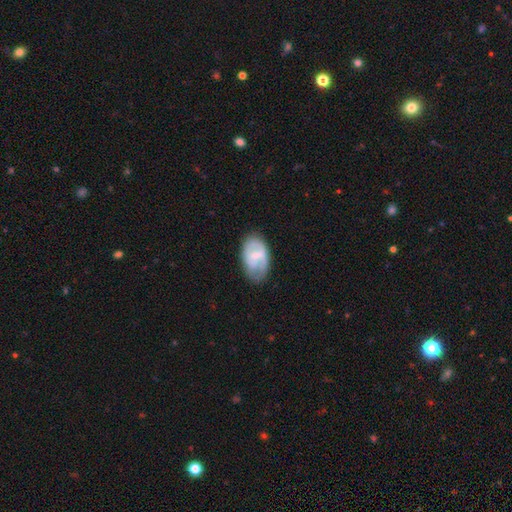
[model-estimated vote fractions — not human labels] featured or disk 52%, smooth 42%, star or artifact 6%. Down the decision tree: edge-on disk — no (96%); bar — weak (53%); spiral arms — yes (66%); bulge size — small (44%); merging — none (60%).